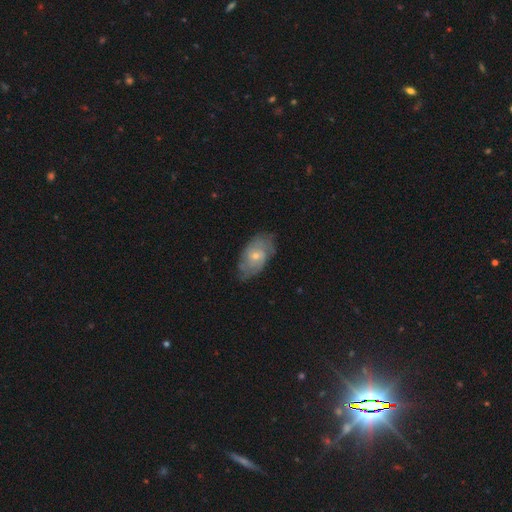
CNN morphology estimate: Smooth or featured?
  - featured or disk: 67% *
  - smooth: 25%
  - star or artifact: 8%
Edge-on disk?
  - no: 94% *
  - yes: 6%
Bar?
  - no: 69% *
  - weak: 27%
  - strong: 4%
Spiral arms?
  - yes: 86% *
  - no: 14%
Spiral winding?
  - tight: 52% *
  - medium: 35%
  - loose: 12%
Spiral arm count?
  - can't tell: 40% *
  - 2: 35%
  - 3: 11%
  - 4: 6%
  - 1: 4%
  - more than 4: 4%
Bulge size?
  - small: 59% *
  - moderate: 38%
  - none: 1%
  - large: 1%
  - dominant: 1%
Merging?
  - none: 73% *
  - minor disturbance: 20%
  - major disturbance: 5%
  - merger: 1%